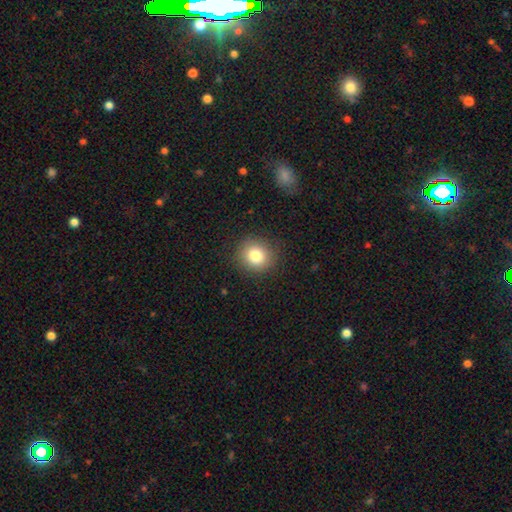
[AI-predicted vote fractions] This is clearly a smooth galaxy (81%). How rounded: clearly round (87%). Merging: clearly none (89%).